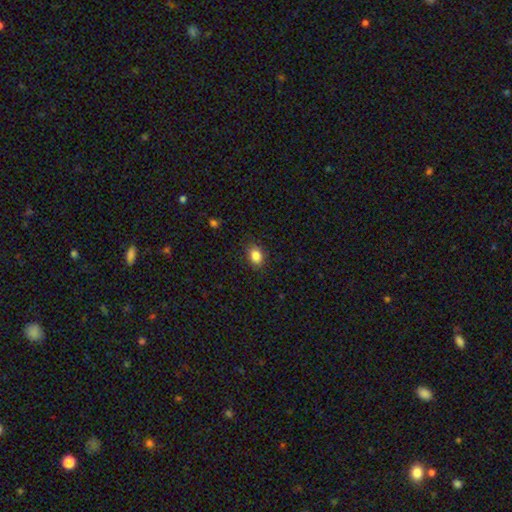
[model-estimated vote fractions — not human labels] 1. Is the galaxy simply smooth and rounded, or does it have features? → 85% smooth, 9% star or artifact, 5% featured or disk.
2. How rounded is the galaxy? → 73% in between, 26% round, 1% cigar-shaped.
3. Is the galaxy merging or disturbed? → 87% none, 10% minor disturbance, 2% major disturbance, 1% merger.